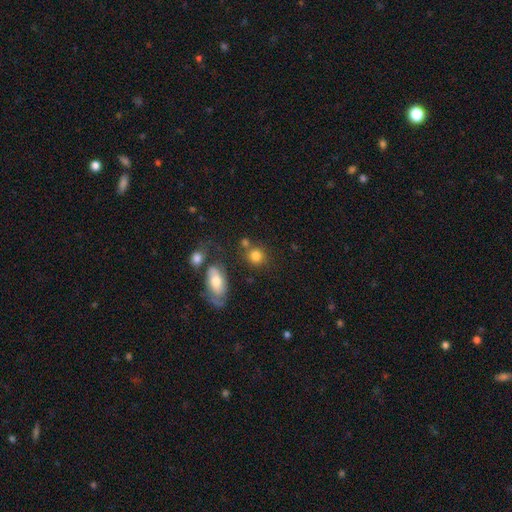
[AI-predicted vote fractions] Smooth or featured? Predicted: smooth (p=0.81). How rounded? Predicted: round (p=0.79). Merging? Predicted: none (p=0.66).